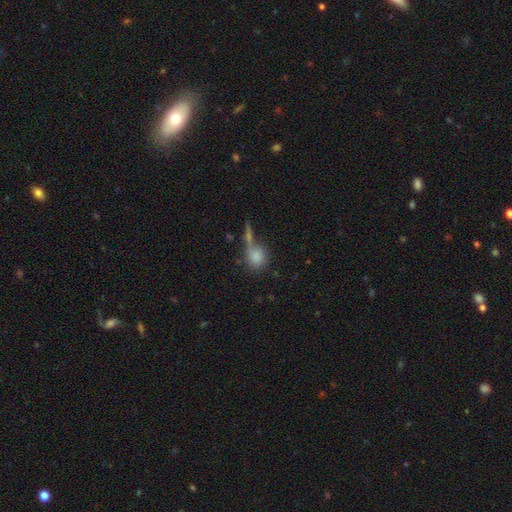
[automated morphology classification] The model was most divided on "merging": none: 49%, merger: 26%, minor disturbance: 15%, major disturbance: 11%. More confident: smooth or featured — smooth (79%); how rounded — round (66%).